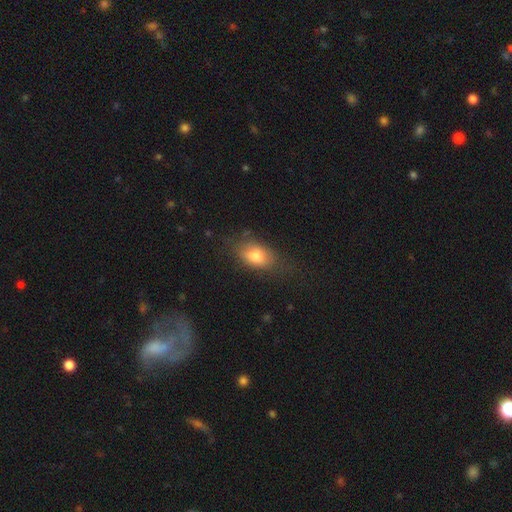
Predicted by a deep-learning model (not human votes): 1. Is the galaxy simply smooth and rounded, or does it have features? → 78% smooth, 14% featured or disk, 8% star or artifact.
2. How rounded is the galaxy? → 85% in between, 11% round, 3% cigar-shaped.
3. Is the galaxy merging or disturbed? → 64% none, 23% minor disturbance, 11% major disturbance, 2% merger.